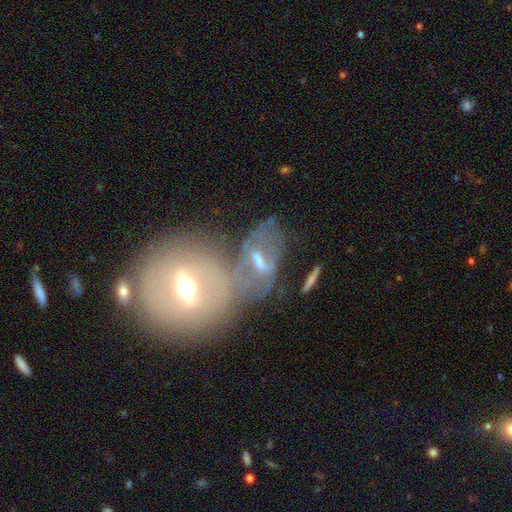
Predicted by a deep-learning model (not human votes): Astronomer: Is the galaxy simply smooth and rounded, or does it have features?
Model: featured or disk — 63%.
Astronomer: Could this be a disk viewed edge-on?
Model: no — 89%.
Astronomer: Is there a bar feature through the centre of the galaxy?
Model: weak — 41% (runner-up: strong, 32%).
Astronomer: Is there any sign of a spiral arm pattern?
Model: no — 57% (runner-up: yes, 43%).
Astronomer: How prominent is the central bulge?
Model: moderate — 63%.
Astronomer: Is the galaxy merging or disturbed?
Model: merger — 44% (runner-up: none, 31%).